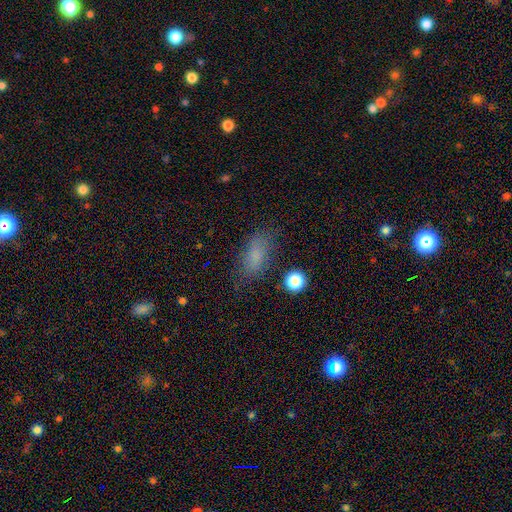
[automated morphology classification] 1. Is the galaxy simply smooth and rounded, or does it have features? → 78% smooth, 12% star or artifact, 10% featured or disk.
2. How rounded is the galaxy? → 85% in between, 9% cigar-shaped, 6% round.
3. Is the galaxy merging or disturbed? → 71% none, 19% minor disturbance, 8% major disturbance, 2% merger.